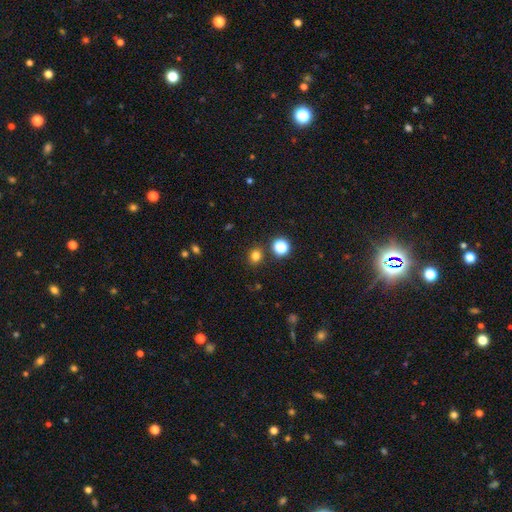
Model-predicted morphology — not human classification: A smooth galaxy with no disk features (78%) that is round (78%). Merging: none (85%).